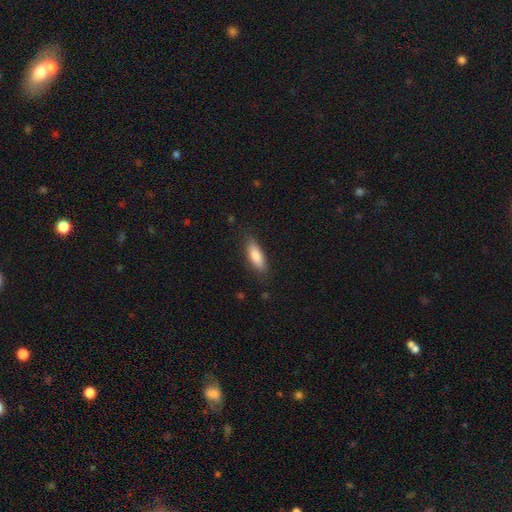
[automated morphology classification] Q: Smooth or featured?
A: smooth (83%); runner-up: featured or disk (11%)
Q: How rounded?
A: in between (60%); runner-up: cigar-shaped (38%)
Q: Merging?
A: none (82%); runner-up: minor disturbance (13%)